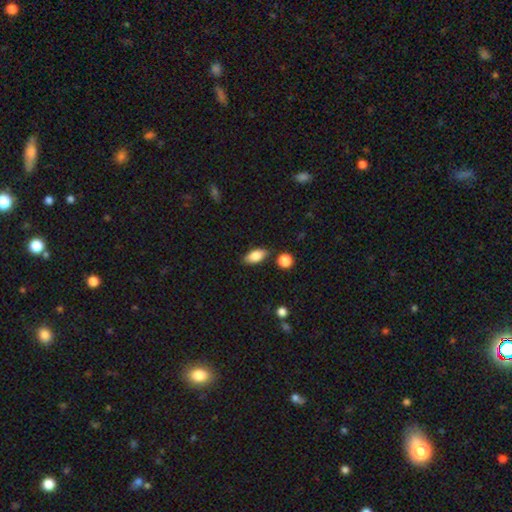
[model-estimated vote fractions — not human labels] Smooth or featured: smooth — 82% (featured or disk — 11%)
How rounded: in between — 87% (cigar-shaped — 9%)
Merging: none — 83% (minor disturbance — 11%)